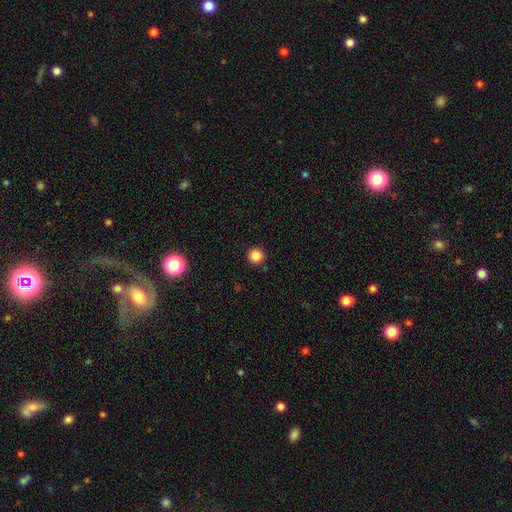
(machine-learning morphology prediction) Q: Smooth or featured?
A: smooth (85%); runner-up: star or artifact (12%)
Q: How rounded?
A: round (96%); runner-up: in between (4%)
Q: Merging?
A: none (92%); runner-up: minor disturbance (5%)